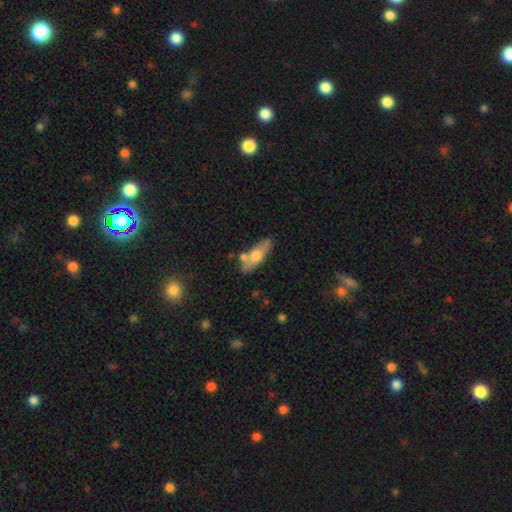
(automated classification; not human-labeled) Overall: smooth (57%; featured or disk 37%). How rounded: in between (61%; cigar-shaped 35%). Merging: none (66%).